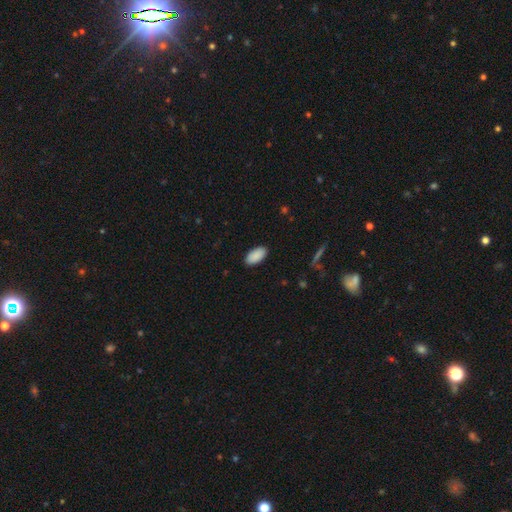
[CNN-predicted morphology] Overall: smooth (90%). How rounded: in between (95%). Merging: none (89%).